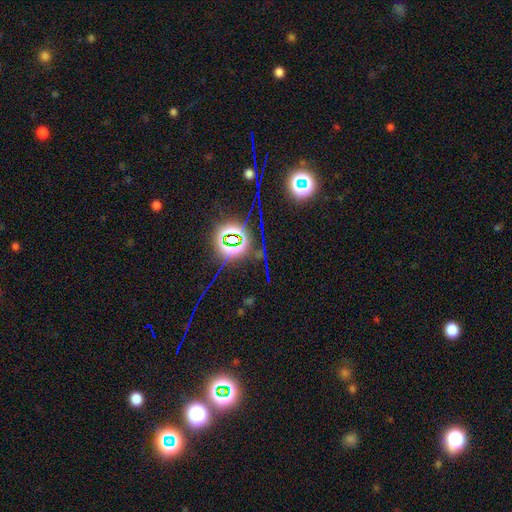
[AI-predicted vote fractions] Morphology: type=star or artifact (80%).